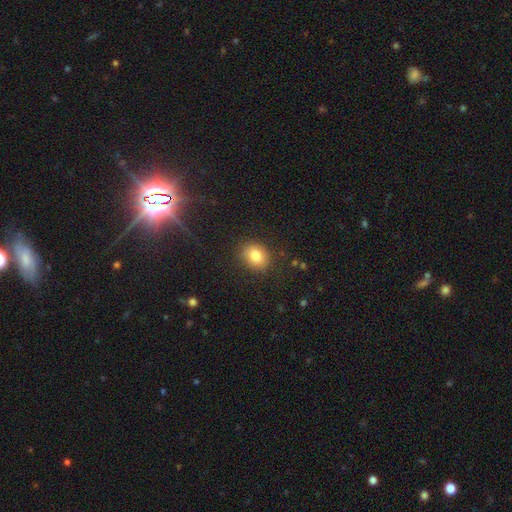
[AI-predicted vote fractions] This is clearly a smooth galaxy (83%). How rounded: possibly in between (53%). Merging: clearly none (85%).